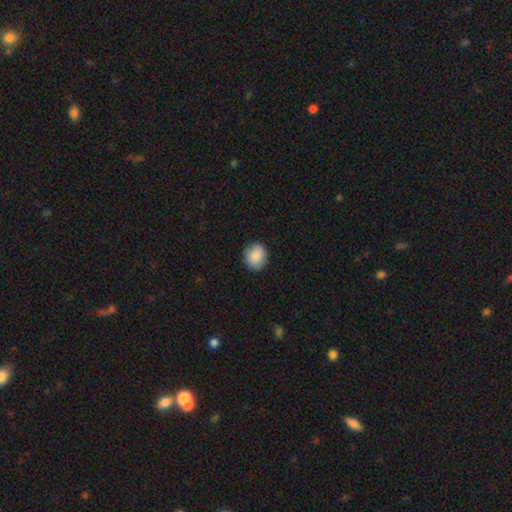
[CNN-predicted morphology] Smooth or featured? smooth (87%)
How rounded? round (67%)
Merging? none (88%)